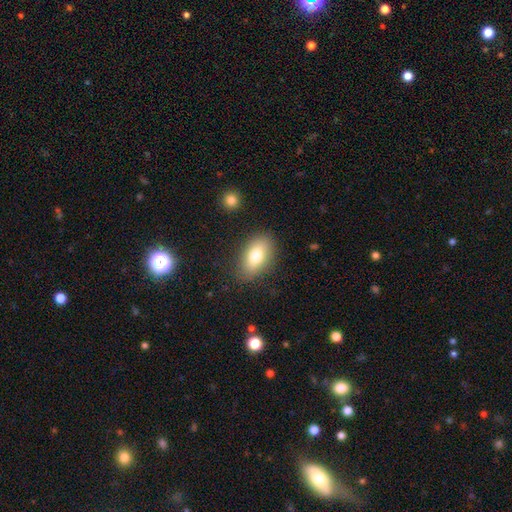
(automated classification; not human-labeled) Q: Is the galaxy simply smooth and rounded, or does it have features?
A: smooth — 76%.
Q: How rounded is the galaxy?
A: in between — 88%.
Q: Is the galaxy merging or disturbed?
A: none — 83%.